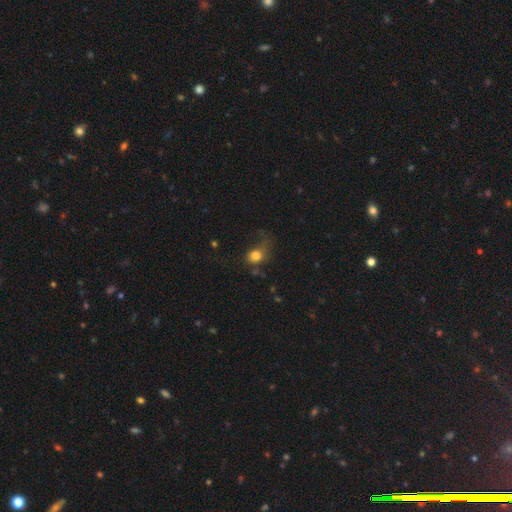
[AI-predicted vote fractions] Smooth or featured? smooth (75%)
How rounded? round (58%)
Merging? major disturbance (38%)